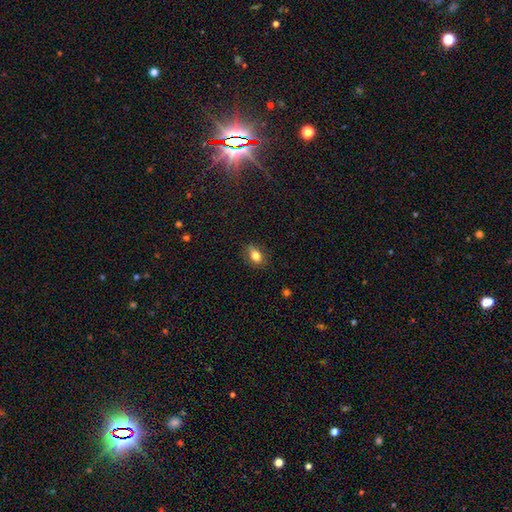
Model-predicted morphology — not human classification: Smooth or featured?
  - smooth: 79% *
  - featured or disk: 11%
  - star or artifact: 9%
How rounded?
  - in between: 78% *
  - round: 18%
  - cigar-shaped: 4%
Merging?
  - none: 80% *
  - minor disturbance: 15%
  - major disturbance: 3%
  - merger: 1%